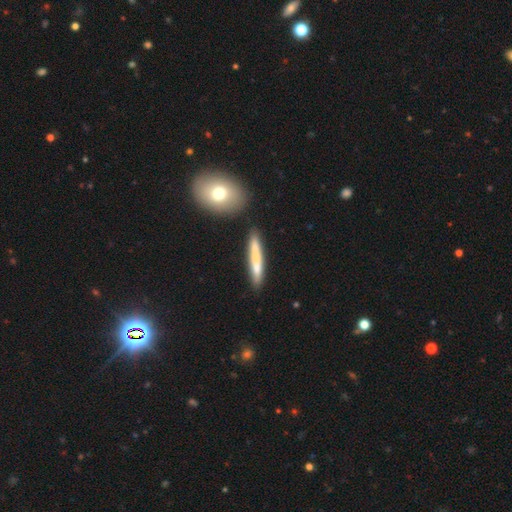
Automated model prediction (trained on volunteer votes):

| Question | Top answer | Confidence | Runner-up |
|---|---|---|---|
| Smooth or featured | smooth | 67% | featured or disk (27%) |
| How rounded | cigar-shaped | 93% | in between (5%) |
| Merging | none | 83% | minor disturbance (10%) |